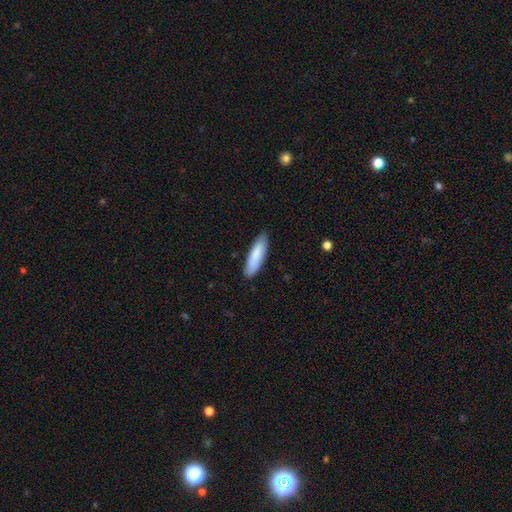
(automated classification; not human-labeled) Q: Smooth or featured?
A: smooth (85%); runner-up: featured or disk (9%)
Q: How rounded?
A: cigar-shaped (62%); runner-up: in between (37%)
Q: Merging?
A: none (84%); runner-up: minor disturbance (13%)